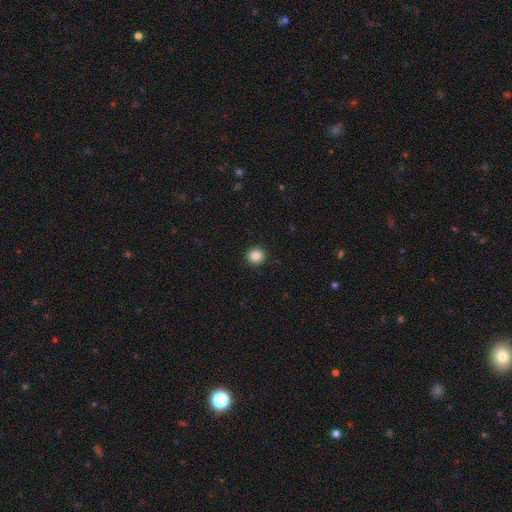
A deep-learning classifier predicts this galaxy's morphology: Q: Smooth or featured?
A: smooth (85%); runner-up: star or artifact (11%)
Q: How rounded?
A: round (95%); runner-up: in between (4%)
Q: Merging?
A: none (93%); runner-up: minor disturbance (4%)